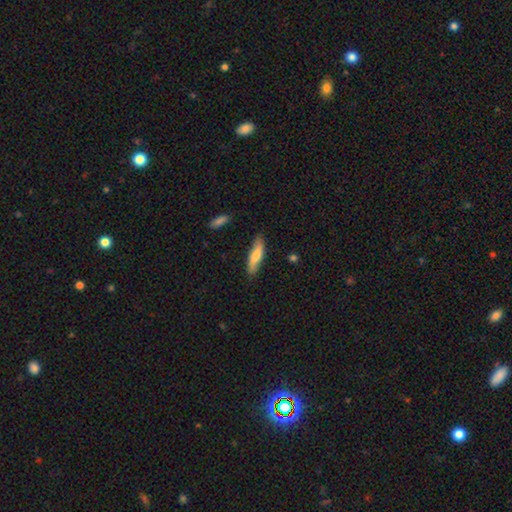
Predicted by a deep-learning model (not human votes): smooth_or_featured: smooth (p=0.72) [alt: featured or disk p=0.22]
how_rounded: cigar-shaped (p=0.64) [alt: in between p=0.34]
merging: none (p=0.79) [alt: minor disturbance p=0.16]